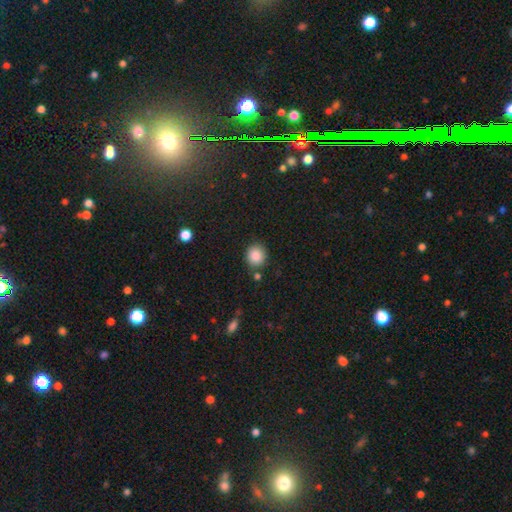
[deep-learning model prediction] Smooth or featured: smooth — 87% (star or artifact — 9%)
How rounded: round — 84% (in between — 15%)
Merging: none — 82% (minor disturbance — 9%)